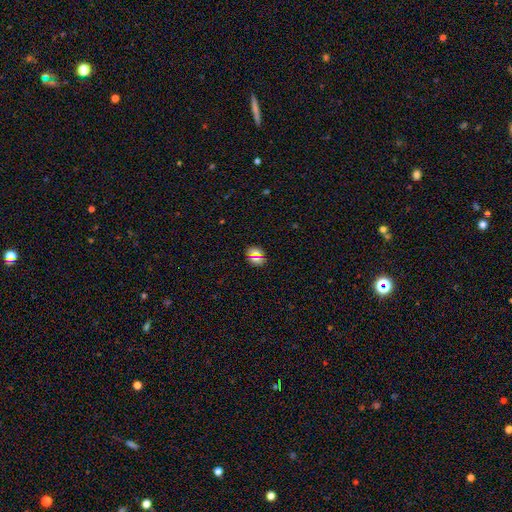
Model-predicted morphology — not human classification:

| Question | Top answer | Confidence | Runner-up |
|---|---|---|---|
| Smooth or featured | smooth | 59% | star or artifact (26%) |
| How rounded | round | 52% | in between (44%) |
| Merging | none | 74% | minor disturbance (11%) |